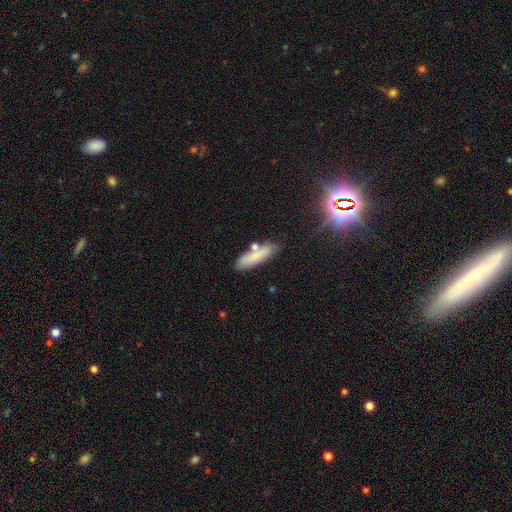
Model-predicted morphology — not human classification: Smooth or featured: smooth — 77% (featured or disk — 14%)
How rounded: cigar-shaped — 68% (in between — 30%)
Merging: none — 72% (minor disturbance — 14%)